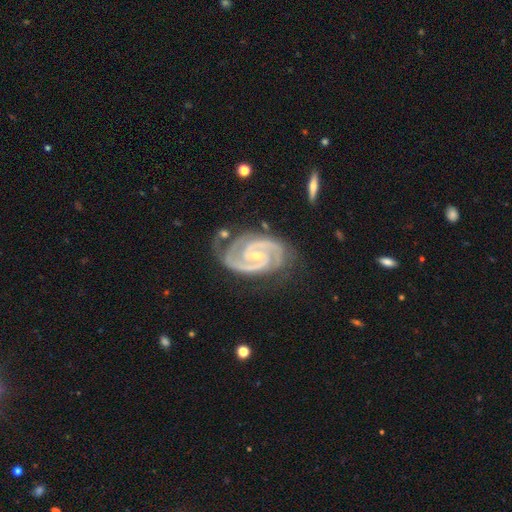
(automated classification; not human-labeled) Q: Smooth or featured?
A: featured or disk (94%); runner-up: star or artifact (4%)
Q: Edge-on disk?
A: no (98%); runner-up: yes (2%)
Q: Bar?
A: weak (42%); runner-up: no (30%)
Q: Spiral arms?
A: yes (99%); runner-up: no (1%)
Q: Spiral winding?
A: tight (59%); runner-up: medium (37%)
Q: Spiral arm count?
A: 2 (93%); runner-up: 3 (3%)
Q: Bulge size?
A: small (72%); runner-up: moderate (22%)
Q: Merging?
A: none (73%); runner-up: minor disturbance (19%)